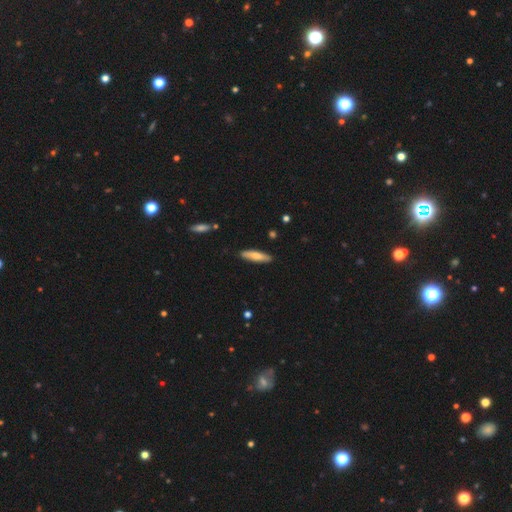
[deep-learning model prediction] Smooth or featured: smooth — 69% (featured or disk — 26%)
How rounded: cigar-shaped — 76% (in between — 23%)
Merging: none — 87% (minor disturbance — 10%)